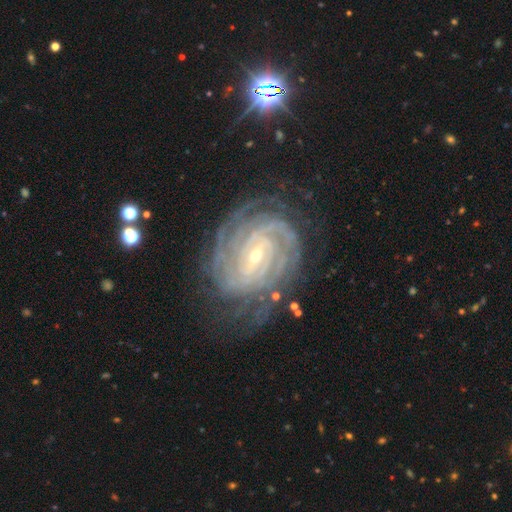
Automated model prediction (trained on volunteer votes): Smooth or featured? Predicted: featured or disk (p=0.92). Edge-on disk? Predicted: no (p=0.97). Bar? Predicted: weak (p=0.45). Spiral arms? Predicted: yes (p=0.98). Spiral winding? Predicted: tight (p=0.82). Spiral arm count? Predicted: 4 (p=0.30). Bulge size? Predicted: small (p=0.72). Merging? Predicted: none (p=0.74).